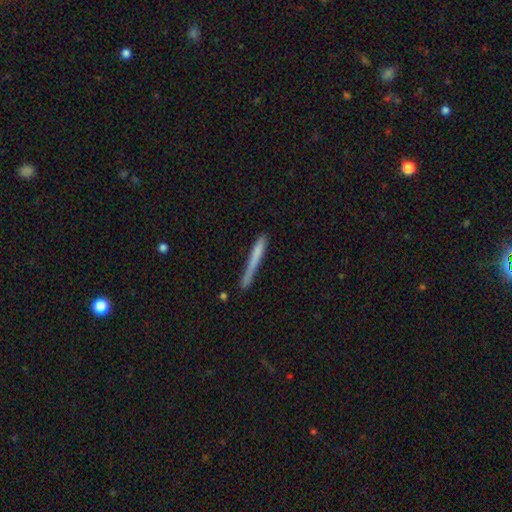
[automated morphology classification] Smooth or featured: smooth — 68% (featured or disk — 25%)
How rounded: cigar-shaped — 96% (in between — 3%)
Merging: none — 68% (minor disturbance — 21%)